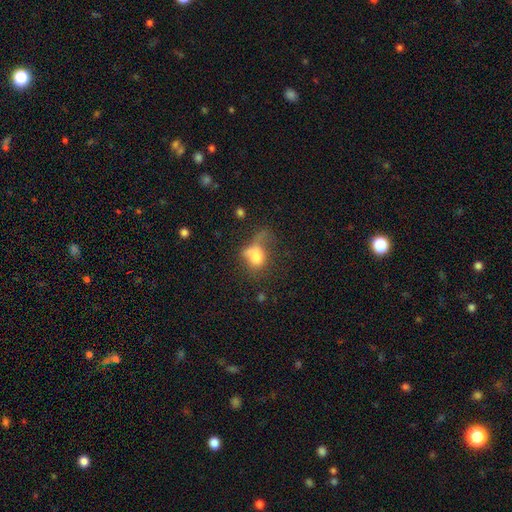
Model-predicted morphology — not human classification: A smooth galaxy with no disk features (66%) that is in between round and cigar-shaped (71%). Merging: major disturbance (45%).